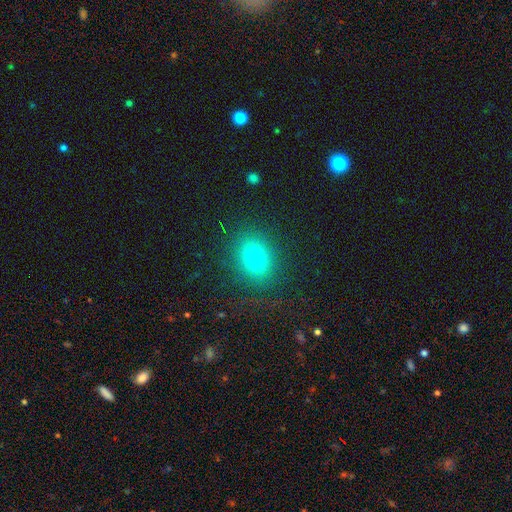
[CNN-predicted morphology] Q: Smooth or featured?
A: smooth (74%); runner-up: star or artifact (15%)
Q: How rounded?
A: in between (60%); runner-up: round (38%)
Q: Merging?
A: none (86%); runner-up: minor disturbance (9%)